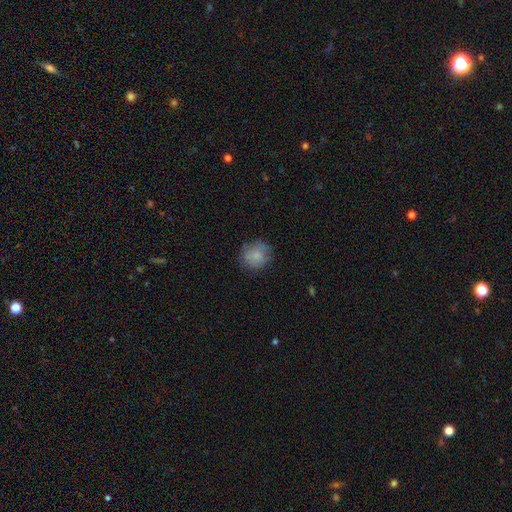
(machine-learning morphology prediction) smooth_or_featured: smooth (p=0.80) [alt: featured or disk p=0.12]
how_rounded: round (p=0.82) [alt: in between p=0.17]
merging: none (p=0.75) [alt: minor disturbance p=0.18]